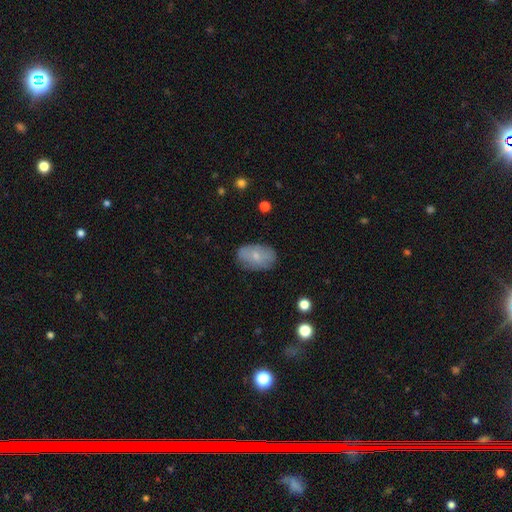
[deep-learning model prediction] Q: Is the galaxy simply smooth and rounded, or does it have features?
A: smooth — 68%.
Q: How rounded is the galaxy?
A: in between — 90%.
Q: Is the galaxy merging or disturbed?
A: none — 79%.